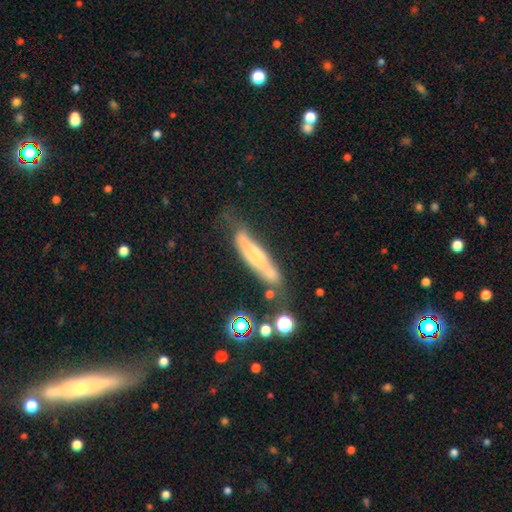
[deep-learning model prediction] A smooth galaxy with no disk features (48%).

Vote fractions:
- Smooth or featured? smooth: 48% / featured or disk: 40% / star or artifact: 12%
- Merging? none: 47% / minor disturbance: 29% / major disturbance: 15% / merger: 10%